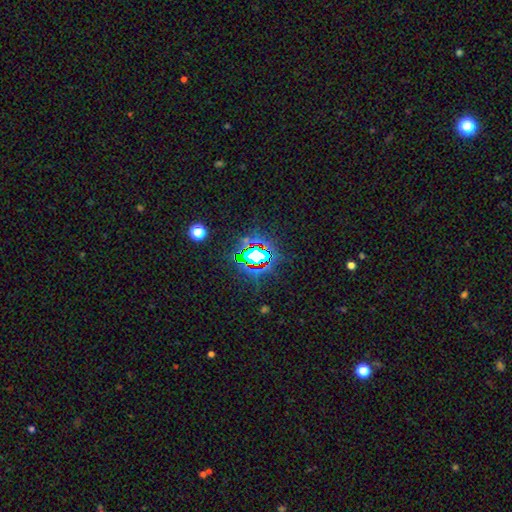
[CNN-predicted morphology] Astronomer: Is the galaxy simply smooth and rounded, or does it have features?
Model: star or artifact — 74%.